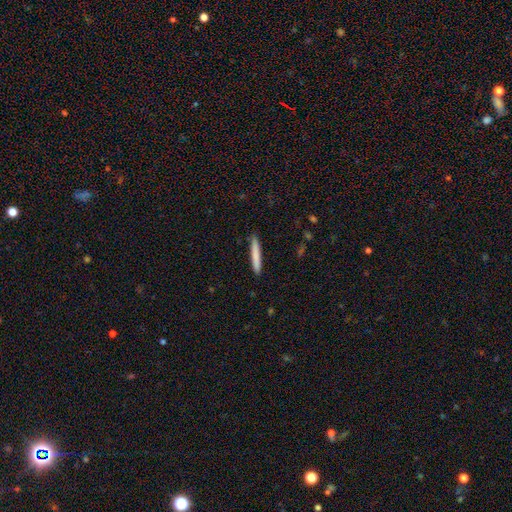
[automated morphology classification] smooth_or_featured: smooth (p=0.80) [alt: featured or disk p=0.15]
how_rounded: cigar-shaped (p=0.95) [alt: in between p=0.03]
merging: none (p=0.91) [alt: minor disturbance p=0.07]